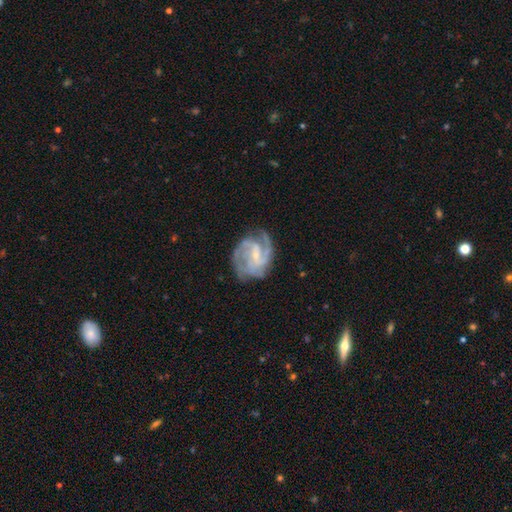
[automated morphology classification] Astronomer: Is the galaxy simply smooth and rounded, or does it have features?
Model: featured or disk — 88%.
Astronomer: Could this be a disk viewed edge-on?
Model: no — 98%.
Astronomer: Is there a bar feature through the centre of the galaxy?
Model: weak — 52% (runner-up: no, 30%).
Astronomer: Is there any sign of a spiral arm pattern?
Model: yes — 97%.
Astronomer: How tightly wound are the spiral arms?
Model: medium — 49% (runner-up: tight, 38%).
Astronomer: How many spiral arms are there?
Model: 3 — 35% (runner-up: 2, 29%).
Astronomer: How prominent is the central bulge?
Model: small — 70%.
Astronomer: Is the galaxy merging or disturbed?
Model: none — 69%.